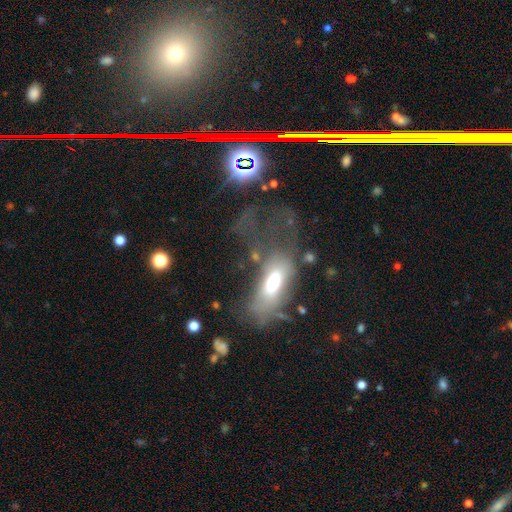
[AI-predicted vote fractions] This appears to be a smooth galaxy with no disk features (52%) that is in between round and cigar-shaped (79%). Merging: major disturbance (51%).